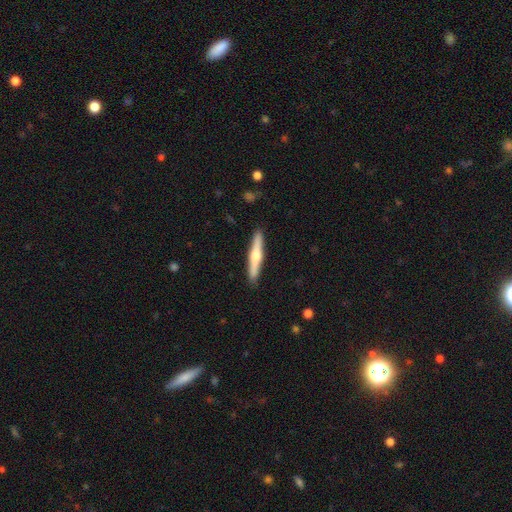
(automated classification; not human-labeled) Smooth or featured? Predicted: featured or disk (p=0.56). Edge-on disk? Predicted: yes (p=0.97). Edge-on bulge? Predicted: rounded (p=0.90). Merging? Predicted: none (p=0.91).